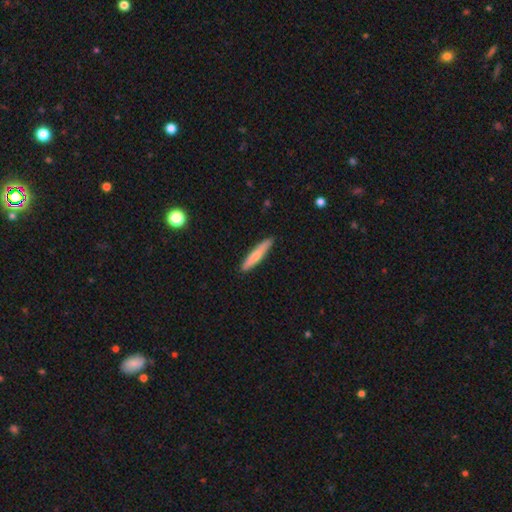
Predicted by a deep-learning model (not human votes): Smooth or featured?
  - smooth: 66% *
  - featured or disk: 29%
  - star or artifact: 6%
How rounded?
  - cigar-shaped: 90% *
  - in between: 8%
  - round: 1%
Merging?
  - none: 88% *
  - minor disturbance: 9%
  - major disturbance: 2%
  - merger: 1%